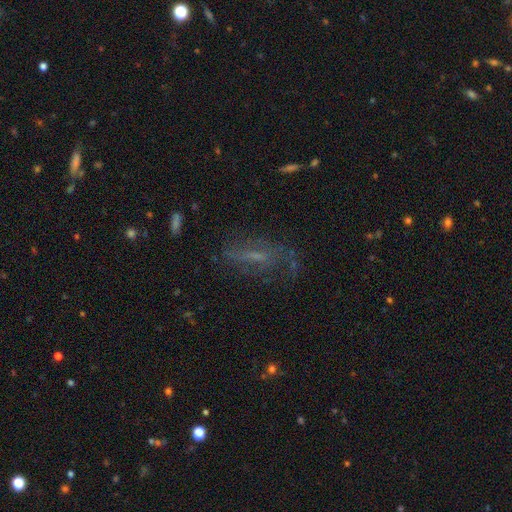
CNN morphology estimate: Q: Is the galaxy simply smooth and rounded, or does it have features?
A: featured or disk — 51%.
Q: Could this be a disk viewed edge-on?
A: no — 78%.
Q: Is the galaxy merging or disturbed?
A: none — 61%.